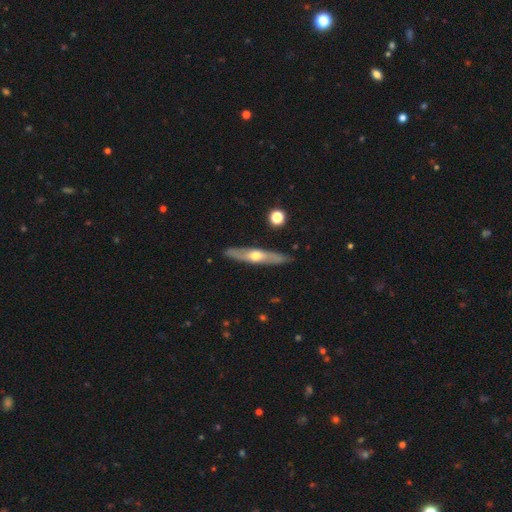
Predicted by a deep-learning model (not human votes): Smooth or featured? Predicted: featured or disk (p=0.60). Edge-on disk? Predicted: yes (p=0.80). Merging? Predicted: none (p=0.86).